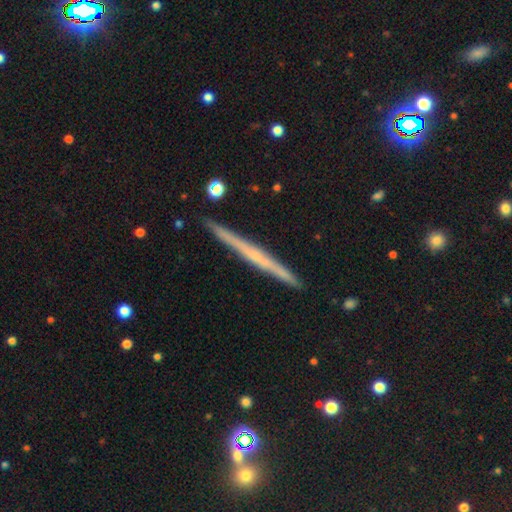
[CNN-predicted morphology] Smooth or featured: featured or disk — 63% (smooth — 29%)
Edge-on disk: yes — 98% (no — 2%)
Edge-on bulge: none — 74% (rounded — 20%)
Merging: none — 91% (minor disturbance — 6%)